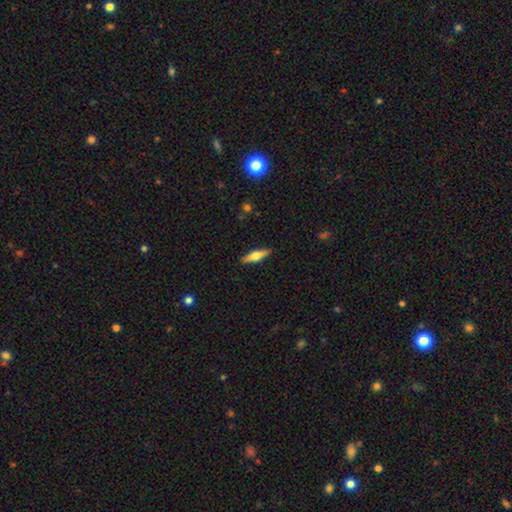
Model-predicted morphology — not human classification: Smooth or featured?
  - featured or disk: 53% *
  - smooth: 41%
  - star or artifact: 6%
Edge-on disk?
  - yes: 94% *
  - no: 6%
Merging?
  - none: 91% *
  - minor disturbance: 7%
  - major disturbance: 2%
  - merger: 1%